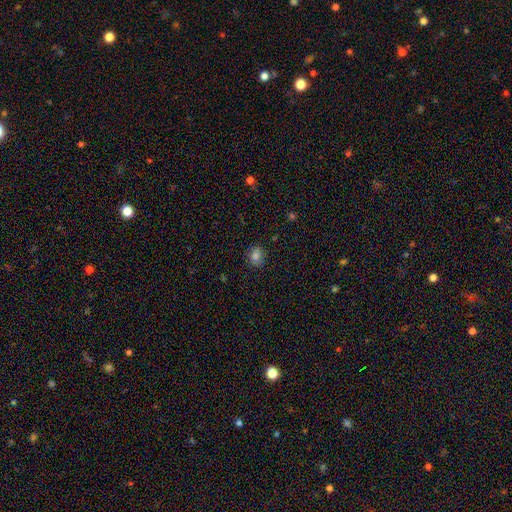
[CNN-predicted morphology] Overall: smooth (79%). How rounded: round (58%; in between 41%). Merging: none (83%).